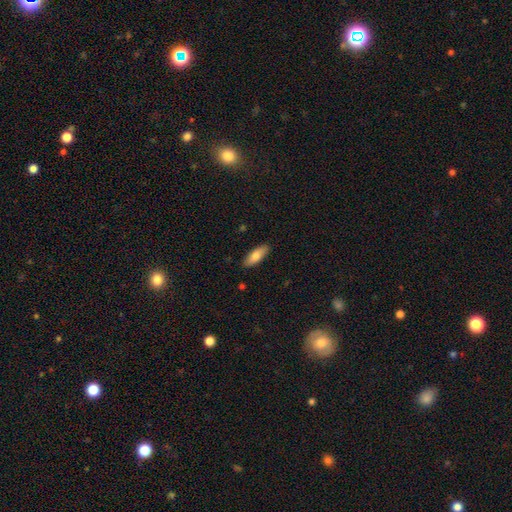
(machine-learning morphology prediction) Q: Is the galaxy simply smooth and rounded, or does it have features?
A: smooth — 79%.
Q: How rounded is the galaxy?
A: in between — 65%.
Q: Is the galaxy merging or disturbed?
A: none — 88%.